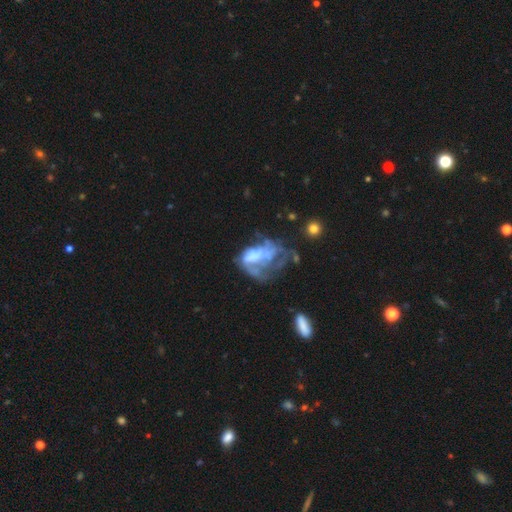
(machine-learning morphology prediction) This appears to be a featured or disk galaxy (62%) with no bar (76%), no spiral arms (71%) and no central bulge (50%). Merging: major disturbance (52%).